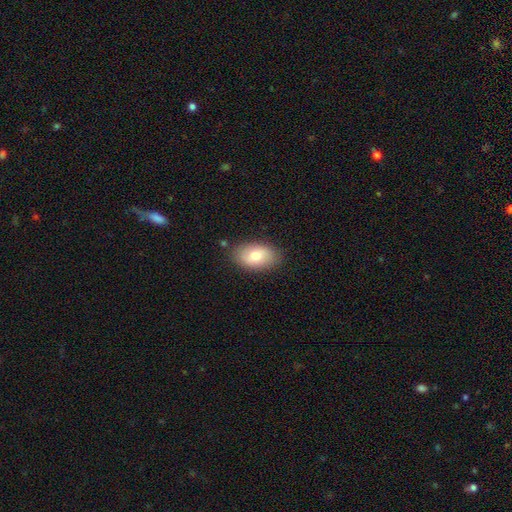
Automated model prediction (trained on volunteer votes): Smooth or featured?
  - smooth: 76% *
  - featured or disk: 17%
  - star or artifact: 7%
How rounded?
  - in between: 92% *
  - round: 6%
  - cigar-shaped: 2%
Merging?
  - none: 84% *
  - minor disturbance: 11%
  - major disturbance: 2%
  - merger: 2%